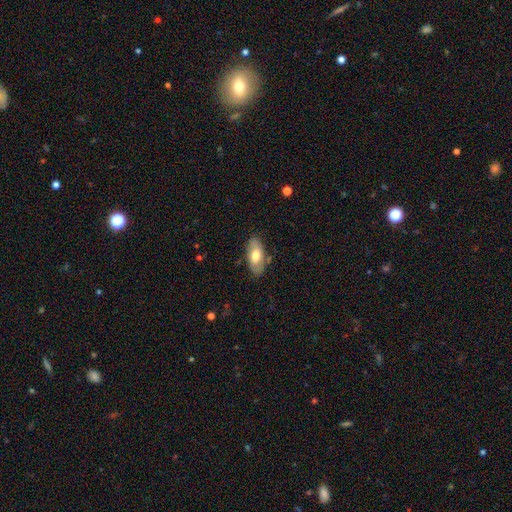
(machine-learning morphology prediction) A smooth galaxy with no disk features (64%) that is in between round and cigar-shaped (91%). Merging: none (80%).